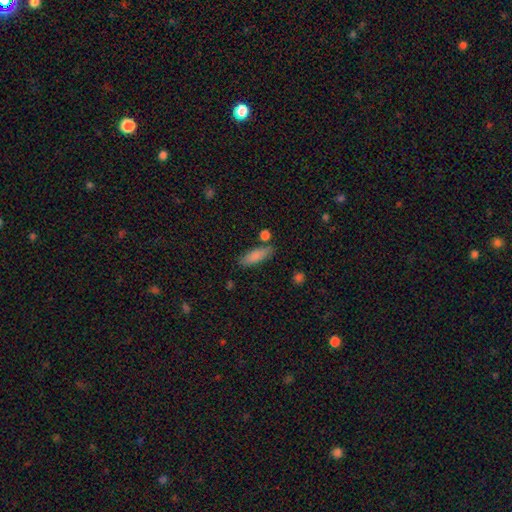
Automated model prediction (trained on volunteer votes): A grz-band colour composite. It shows a smooth galaxy with no disk features (84%) that is in between round and cigar-shaped (54%). Merging: none (75%).